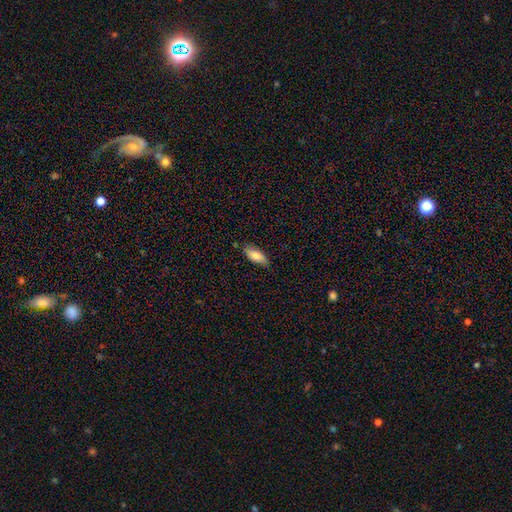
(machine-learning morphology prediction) A smooth galaxy with no disk features (80%) that is in between round and cigar-shaped (80%).

Vote fractions:
- Smooth or featured? smooth: 80% / featured or disk: 13% / star or artifact: 6%
- How rounded? in between: 80% / cigar-shaped: 18% / round: 2%
- Merging? none: 75% / minor disturbance: 20% / major disturbance: 3% / merger: 2%